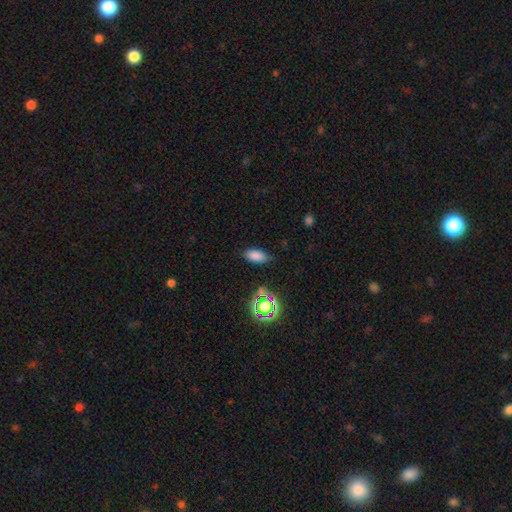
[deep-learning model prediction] The model was most divided on "smooth or featured": smooth: 79%, star or artifact: 15%, featured or disk: 6%. More confident: how rounded — in between (88%); merging — none (83%).